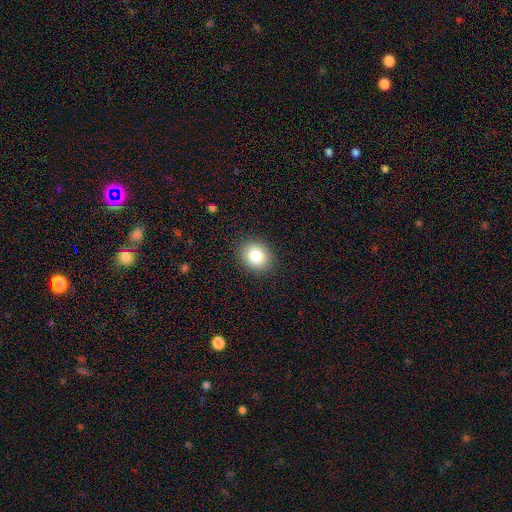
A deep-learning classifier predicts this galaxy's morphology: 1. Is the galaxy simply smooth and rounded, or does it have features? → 83% smooth, 10% star or artifact, 7% featured or disk.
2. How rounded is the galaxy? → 63% round, 36% in between, 1% cigar-shaped.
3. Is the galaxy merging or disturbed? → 90% none, 7% minor disturbance, 2% major disturbance, 1% merger.